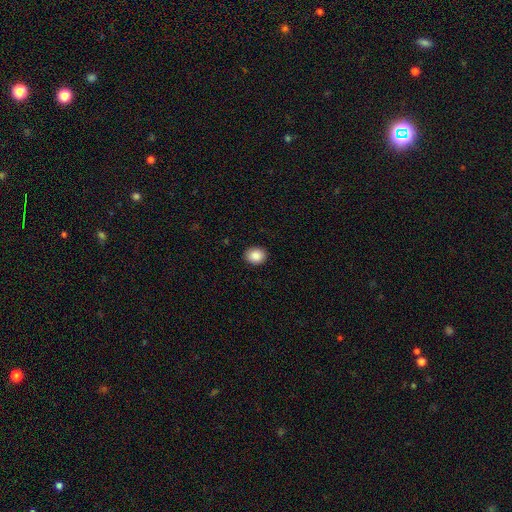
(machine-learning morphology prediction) Q: Smooth or featured?
A: smooth (88%); runner-up: star or artifact (8%)
Q: How rounded?
A: round (55%); runner-up: in between (44%)
Q: Merging?
A: none (90%); runner-up: minor disturbance (7%)